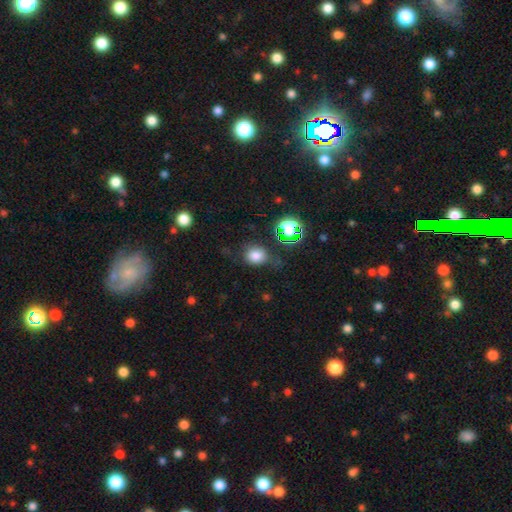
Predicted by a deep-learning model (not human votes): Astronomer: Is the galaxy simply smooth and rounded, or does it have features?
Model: smooth — 74%.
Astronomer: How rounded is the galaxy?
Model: round — 67%.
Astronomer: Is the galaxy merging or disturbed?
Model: none — 67%.